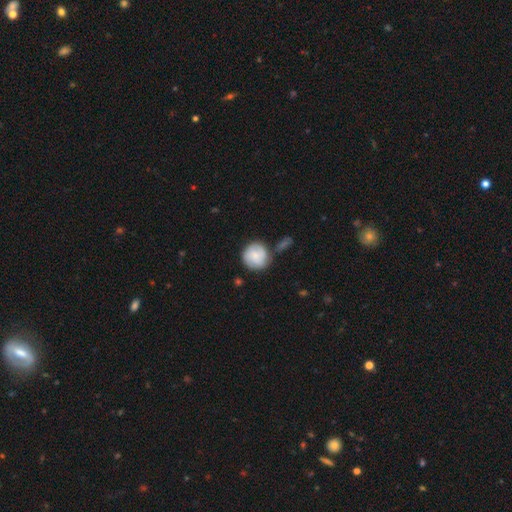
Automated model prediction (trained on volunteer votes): Overall: smooth (66%; featured or disk 27%). How rounded: round (92%). Merging: none (64%).